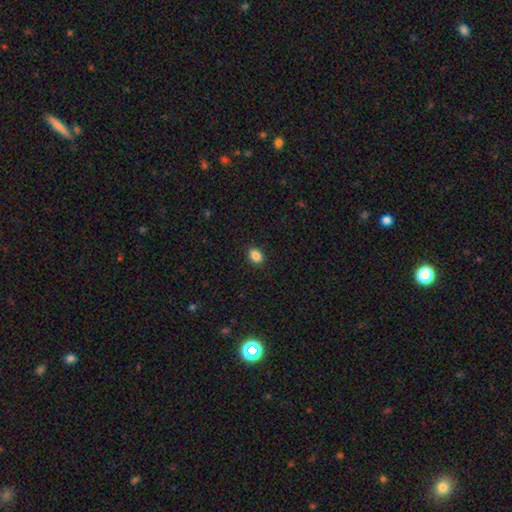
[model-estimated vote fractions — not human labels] Morphology: type=smooth (87%); roundness=in between (65%); merging=none (90%).